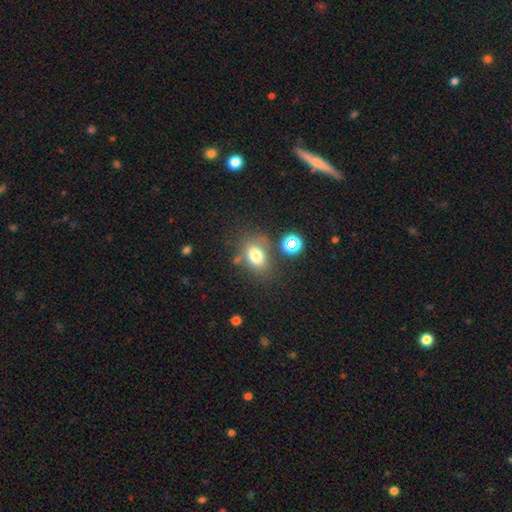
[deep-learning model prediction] This appears to be a smooth galaxy with no disk features (74%) that is in between round and cigar-shaped (70%). Merging: none (63%).